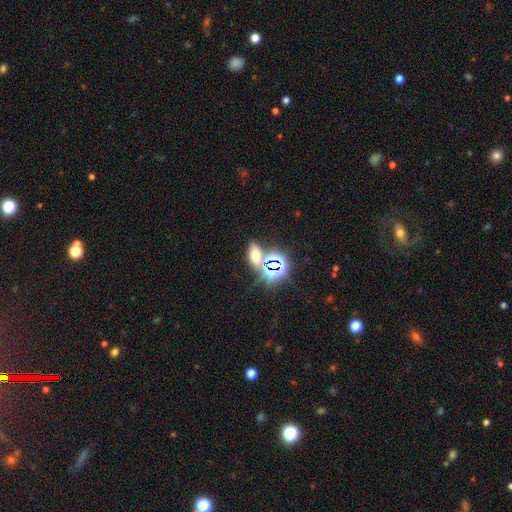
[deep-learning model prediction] Morphology: type=smooth (51%); roundness=in between (80%); merging=none (66%).